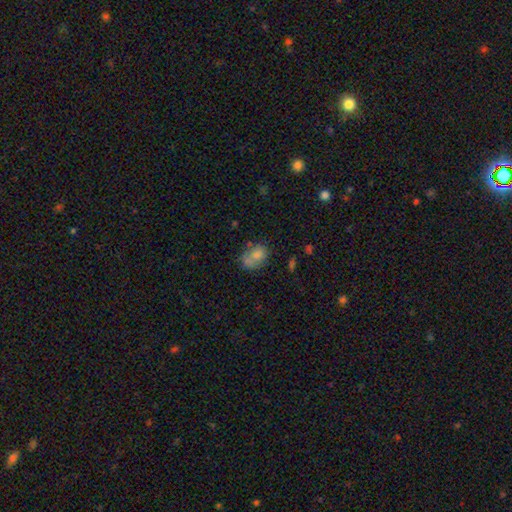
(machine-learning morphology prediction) Smooth or featured? Predicted: smooth (p=0.74). How rounded? Predicted: in between (p=0.70). Merging? Predicted: none (p=0.41).